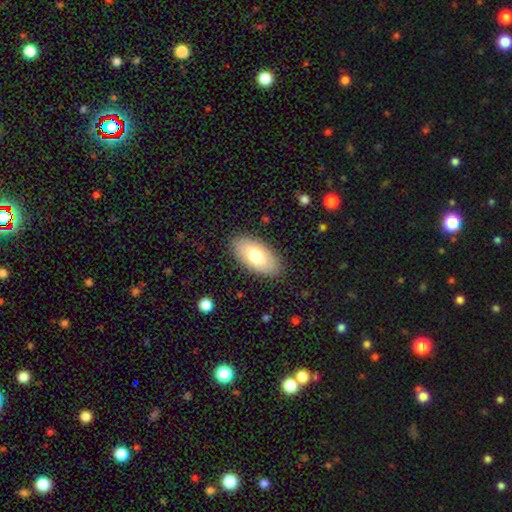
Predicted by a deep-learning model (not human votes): smooth-or-featured: smooth: 72% | featured or disk: 22% | star or artifact: 6%
  how-rounded: in between: 93% | cigar-shaped: 4% | round: 2%
  merging: none: 86% | minor disturbance: 10% | major disturbance: 3% | merger: 1%